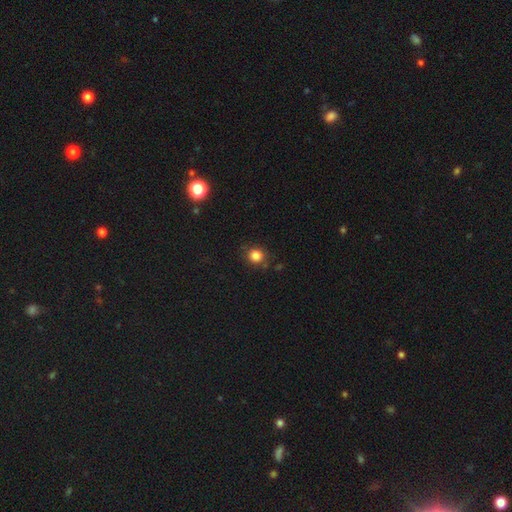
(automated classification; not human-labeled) Smooth or featured? smooth (83%)
How rounded? round (88%)
Merging? none (80%)